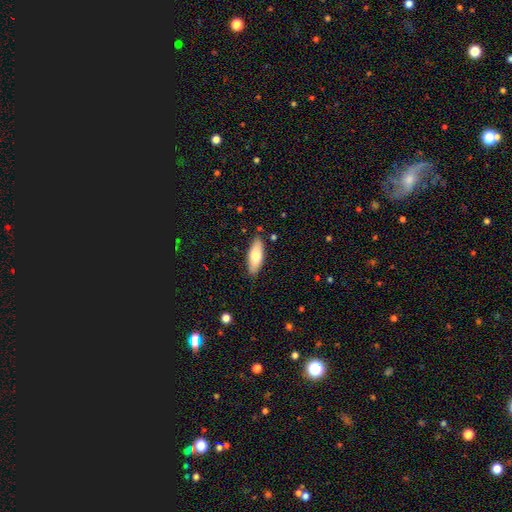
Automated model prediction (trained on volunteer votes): A smooth galaxy with no disk features (73%) that is in between round and cigar-shaped (70%). Merging: none (86%).